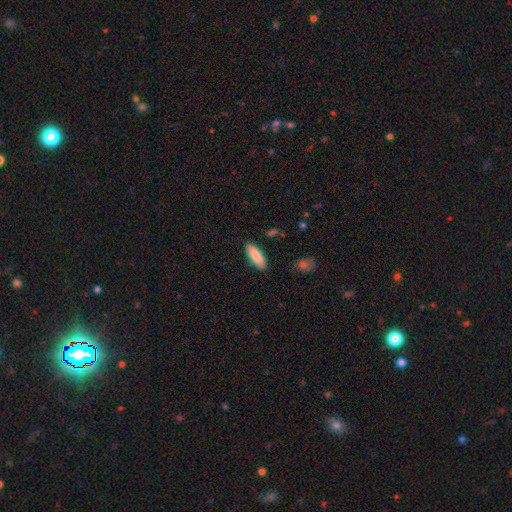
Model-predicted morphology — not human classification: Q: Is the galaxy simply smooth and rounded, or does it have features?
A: smooth — 87%.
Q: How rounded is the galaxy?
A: in between — 71%.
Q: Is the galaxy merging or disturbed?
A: none — 86%.